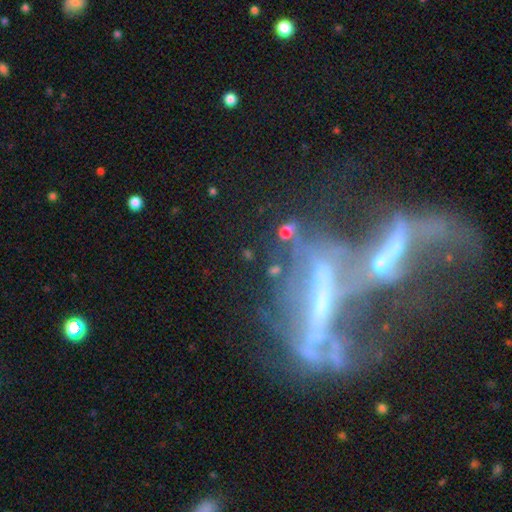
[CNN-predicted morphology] Smooth or featured?
  - featured or disk: 66% *
  - star or artifact: 20%
  - smooth: 13%
Edge-on disk?
  - no: 81% *
  - yes: 19%
Bar?
  - no: 47% *
  - strong: 33%
  - weak: 19%
Spiral arms?
  - no: 70% *
  - yes: 30%
Bulge size?
  - none: 40% *
  - small: 29%
  - moderate: 24%
  - large: 4%
  - dominant: 2%
Merging?
  - merger: 57% *
  - major disturbance: 25%
  - none: 11%
  - minor disturbance: 6%